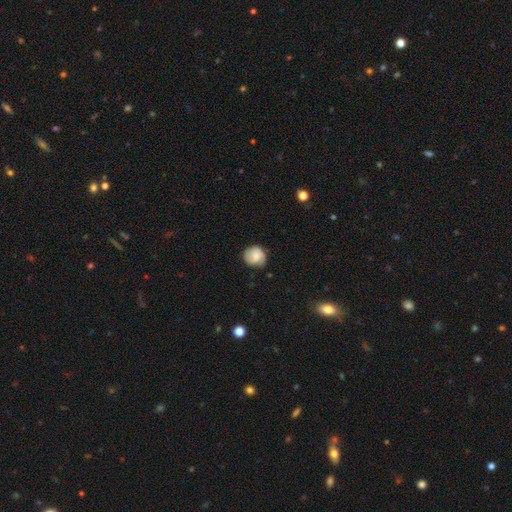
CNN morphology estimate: A smooth galaxy with no disk features (73%) that is round (84%). Merging: none (72%).